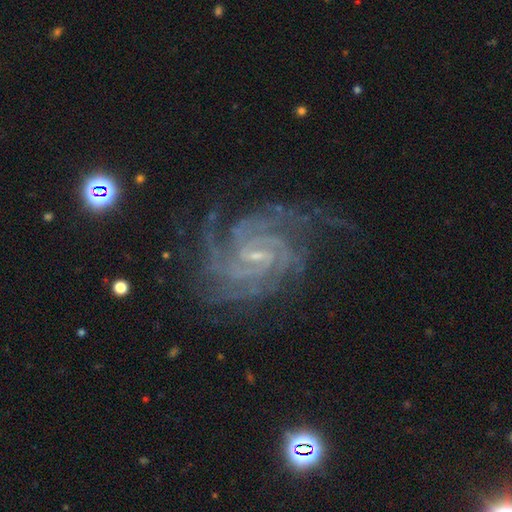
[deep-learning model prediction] A featured or disk galaxy (90%) with a weak bar (50%), 4 (27%) tight (64%) spiral arms (98%) and a small central bulge (78%).

Vote fractions:
- Smooth or featured? featured or disk: 90% / star or artifact: 7% / smooth: 3%
- Edge-on disk? no: 98% / yes: 2%
- Bar? weak: 50% / no: 29% / strong: 21%
- Spiral arms? yes: 98% / no: 2%
- Spiral winding? tight: 64% / medium: 31% / loose: 5%
- Spiral arm count? 4: 27% / can't tell: 18% / 3: 17% / more than 4: 15% / 2: 13% / 1: 9%
- Bulge size? small: 78% / moderate: 13% / none: 8% / large: 1% / dominant: 1%
- Merging? none: 71% / minor disturbance: 17% / major disturbance: 10% / merger: 2%